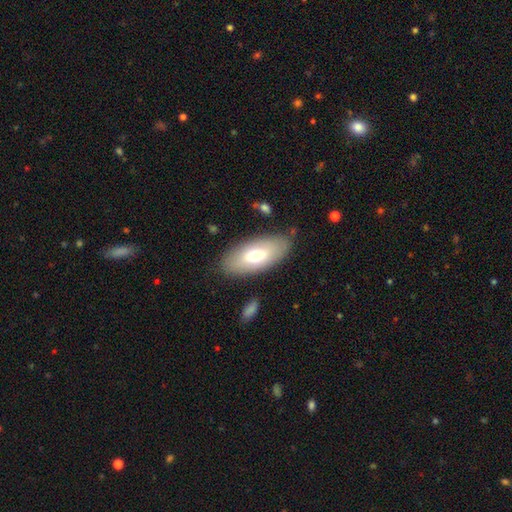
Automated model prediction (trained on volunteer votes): Smooth or featured? Predicted: smooth (p=0.65). How rounded? Predicted: in between (p=0.89). Merging? Predicted: none (p=0.83).